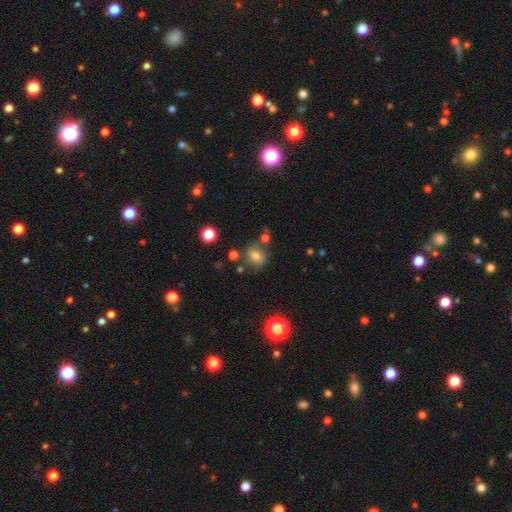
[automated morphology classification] Smooth or featured? Predicted: smooth (p=0.72). How rounded? Predicted: round (p=0.73). Merging? Predicted: none (p=0.69).